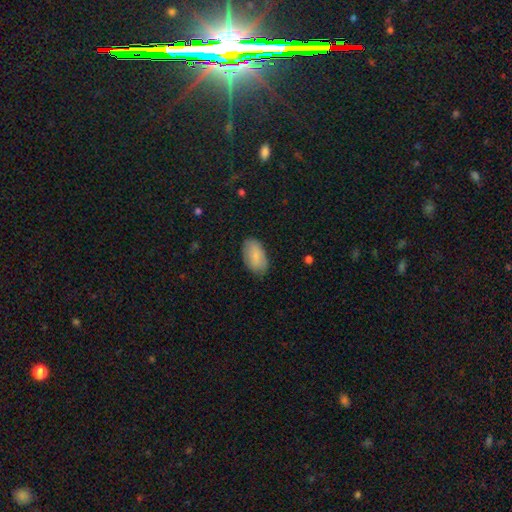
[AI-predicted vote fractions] smooth 82%, featured or disk 12%, star or artifact 6%. Down the decision tree: how rounded — in between (94%); merging — none (80%).